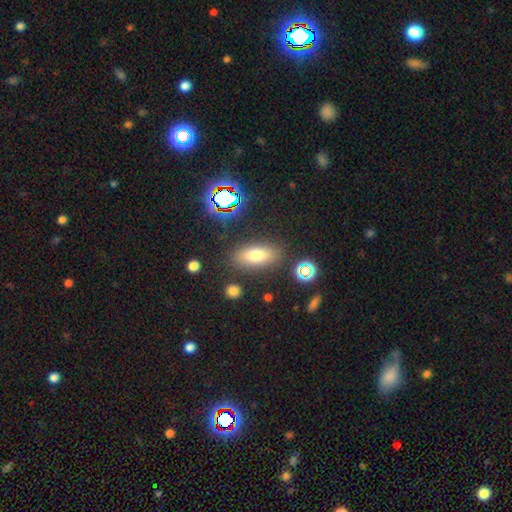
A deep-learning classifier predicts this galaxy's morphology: Smooth or featured? smooth (70%)
How rounded? in between (76%)
Merging? none (83%)